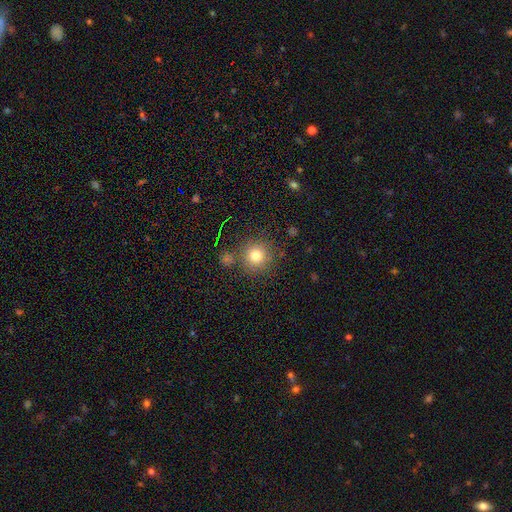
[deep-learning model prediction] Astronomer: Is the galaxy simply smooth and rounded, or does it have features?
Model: smooth — 77%.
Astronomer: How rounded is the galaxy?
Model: round — 94%.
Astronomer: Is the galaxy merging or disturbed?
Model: none — 82%.